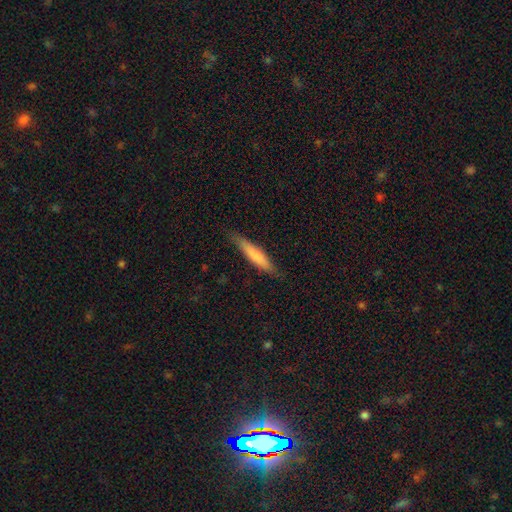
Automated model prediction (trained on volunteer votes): This appears to be a smooth galaxy with no disk features (72%) that is cigar-shaped (90%). Merging: none (85%).